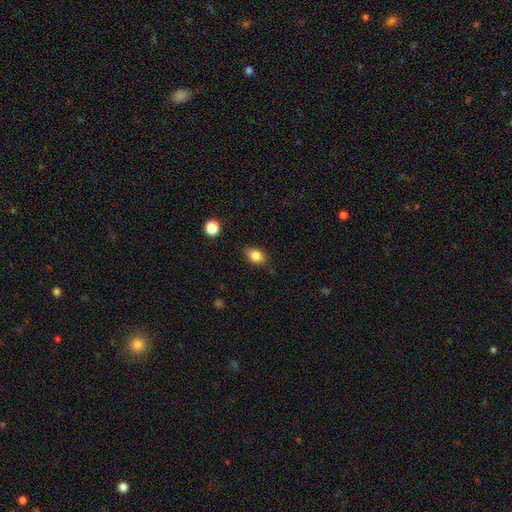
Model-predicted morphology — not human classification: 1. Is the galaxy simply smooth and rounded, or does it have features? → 82% smooth, 9% star or artifact, 8% featured or disk.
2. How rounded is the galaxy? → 75% in between, 23% round, 2% cigar-shaped.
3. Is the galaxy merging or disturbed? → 83% none, 13% minor disturbance, 3% major disturbance, 1% merger.